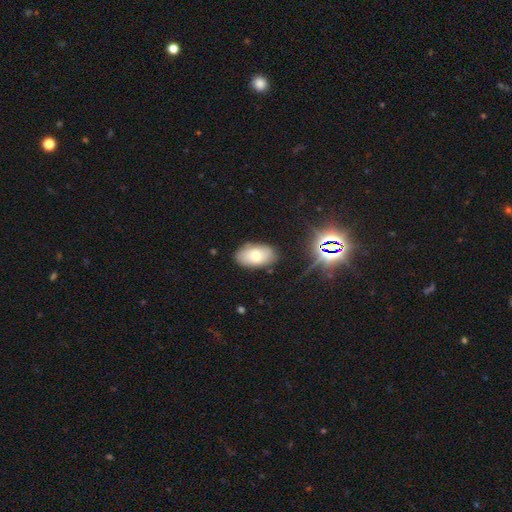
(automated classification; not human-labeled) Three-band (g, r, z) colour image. It shows a smooth galaxy with no disk features (68%) that is in between round and cigar-shaped (93%). Merging: none (82%).